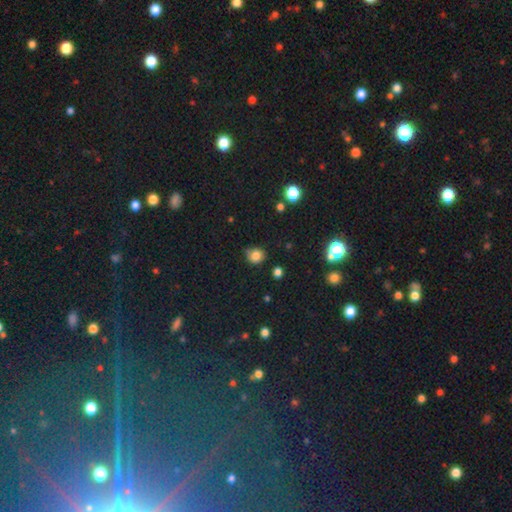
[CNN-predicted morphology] This is clearly a smooth galaxy (80%). How rounded: likely round (76%). Merging: likely none (67%).